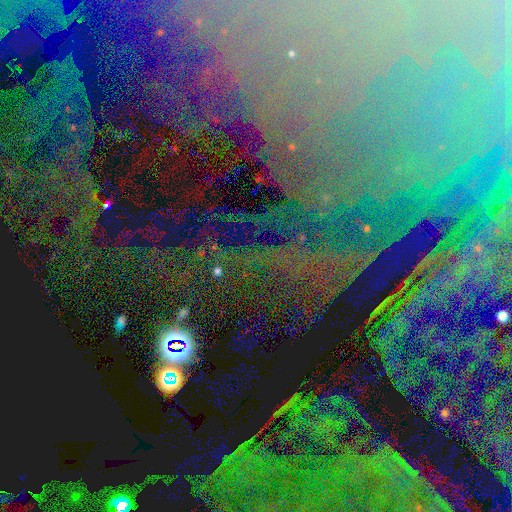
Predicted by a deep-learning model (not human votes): Smooth or featured? Predicted: star or artifact (p=0.82).